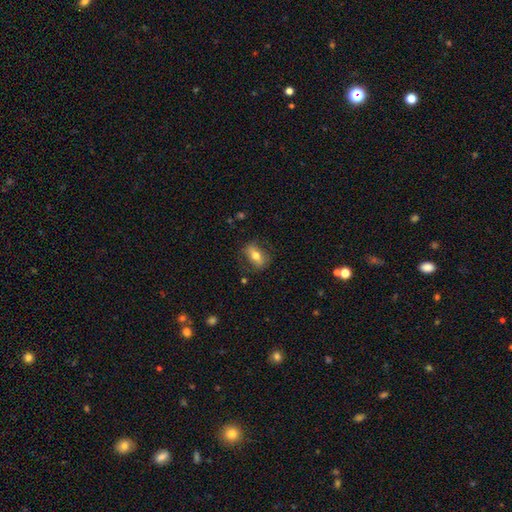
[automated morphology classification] smooth 56%, featured or disk 37%, star or artifact 8%. Down the decision tree: how rounded — in between (78%); merging — none (73%).